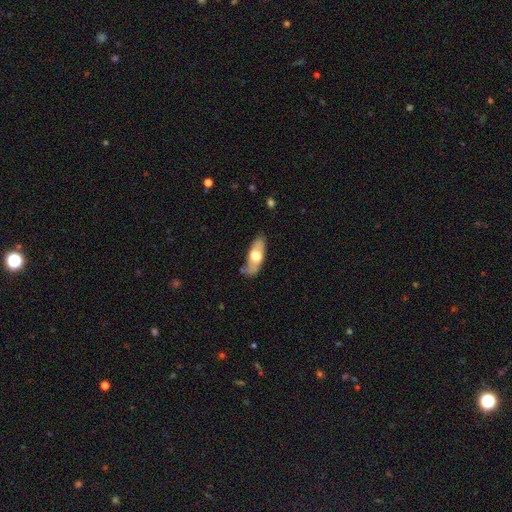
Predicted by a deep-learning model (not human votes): Smooth or featured: smooth — 54% (featured or disk — 40%)
How rounded: in between — 74% (cigar-shaped — 23%)
Merging: none — 72% (minor disturbance — 21%)